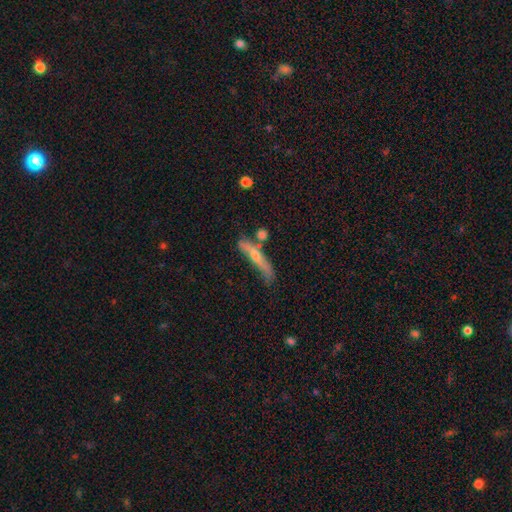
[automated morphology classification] smooth-or-featured: smooth: 48% | featured or disk: 45% | star or artifact: 7%
  merging: none: 49% | minor disturbance: 24% | merger: 15% | major disturbance: 12%